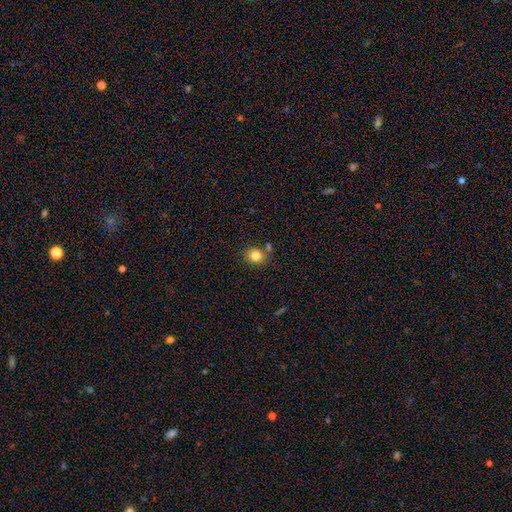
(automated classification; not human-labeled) smooth-or-featured: smooth: 82% | star or artifact: 11% | featured or disk: 7%
  how-rounded: round: 71% | in between: 28% | cigar-shaped: 1%
  merging: none: 73% | minor disturbance: 12% | merger: 12% | major disturbance: 3%